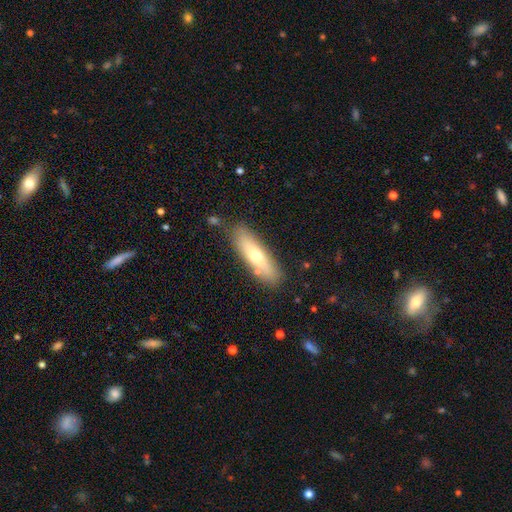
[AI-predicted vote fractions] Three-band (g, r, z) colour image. It shows a smooth galaxy with no disk features (61%) that is cigar-shaped (64%). Merging: none (80%).